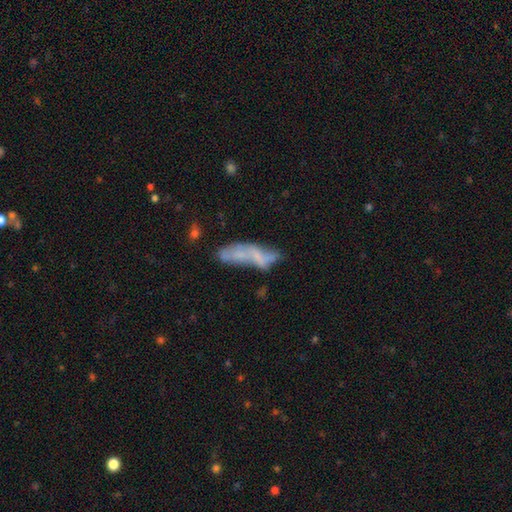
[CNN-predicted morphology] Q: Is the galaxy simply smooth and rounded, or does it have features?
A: smooth — 45%.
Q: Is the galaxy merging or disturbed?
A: none — 32%.